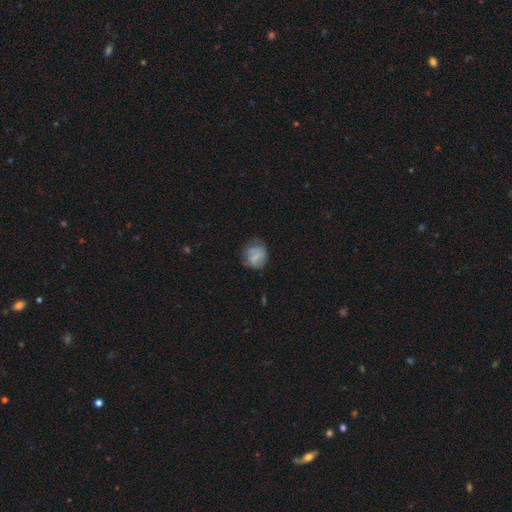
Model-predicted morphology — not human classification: This appears to be a smooth galaxy with no disk features (59%) that is round (71%). Merging: none (54%).